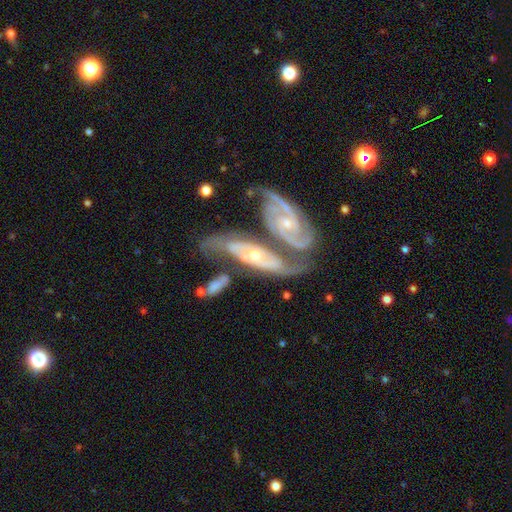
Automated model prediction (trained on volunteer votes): This is clearly a featured or disk galaxy (87%). It is clearly not viewed edge-on (88%). Bar: possibly no (59%). Spiral arm pattern: clearly yes (95%). Spiral arm count: likely 2 (65%). Spiral winding: possibly tight (52%). Central bulge: likely small (62%). Merging: possibly merger (52%).